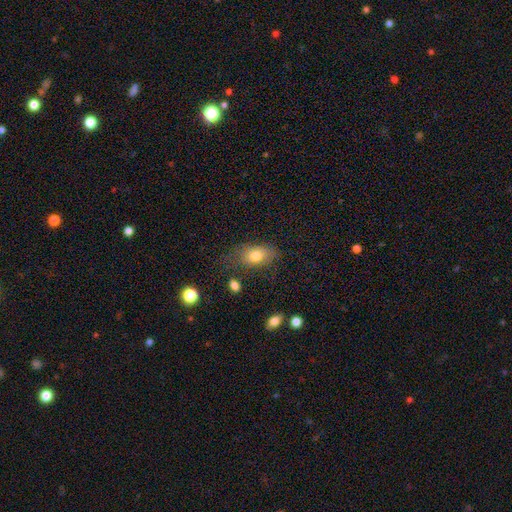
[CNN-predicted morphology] Smooth or featured? smooth (78%)
How rounded? in between (84%)
Merging? none (64%)